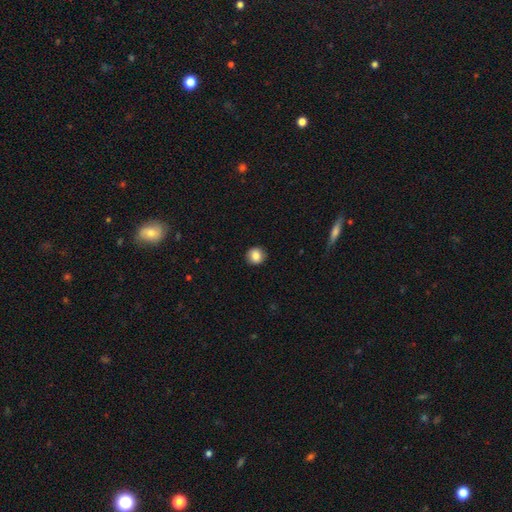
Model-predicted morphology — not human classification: Smooth or featured?
  - smooth: 84% *
  - star or artifact: 9%
  - featured or disk: 7%
How rounded?
  - round: 90% *
  - in between: 9%
  - cigar-shaped: 1%
Merging?
  - none: 90% *
  - minor disturbance: 7%
  - major disturbance: 2%
  - merger: 1%